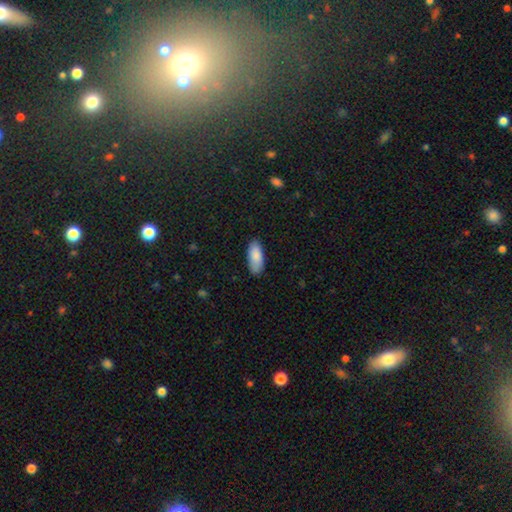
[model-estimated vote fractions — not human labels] A smooth galaxy with no disk features (88%) that is in between round and cigar-shaped (85%). Merging: none (83%).